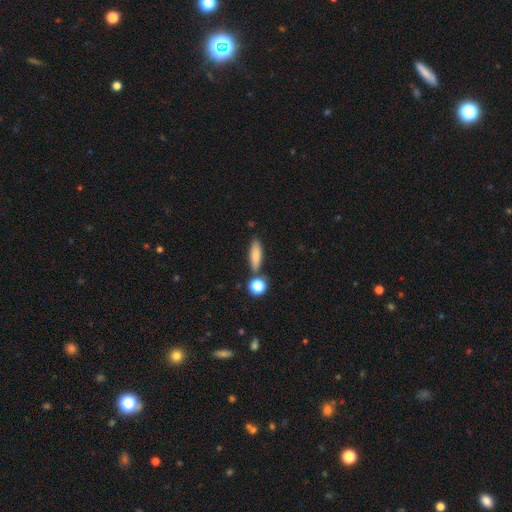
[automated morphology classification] type=smooth (77%); roundness=cigar-shaped (55%); merging=none (76%).